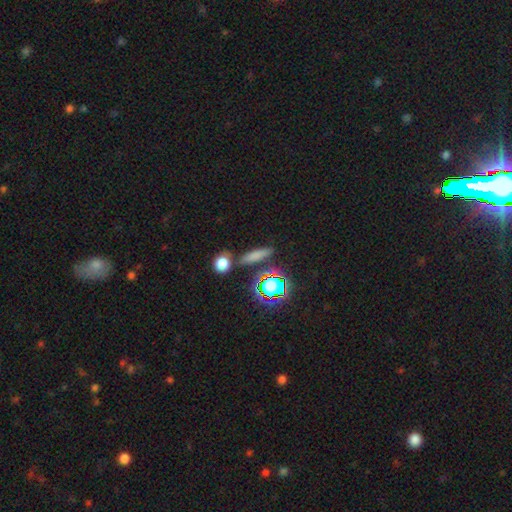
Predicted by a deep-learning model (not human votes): Overall: smooth (65%). How rounded: cigar-shaped (63%; in between 24%). Merging: none (77%).